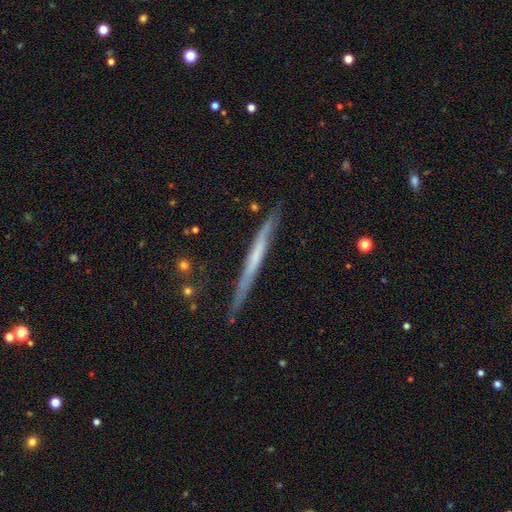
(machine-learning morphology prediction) This is possibly a featured or disk galaxy (59%). It is clearly viewed edge-on (95%). Edge-on bulge: clearly none (82%). Merging: clearly none (83%).